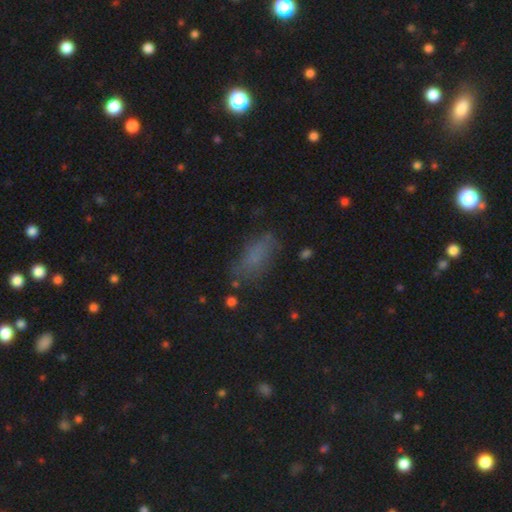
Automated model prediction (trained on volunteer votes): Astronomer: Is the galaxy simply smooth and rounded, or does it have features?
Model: smooth — 68%.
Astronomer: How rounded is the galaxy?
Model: in between — 78%.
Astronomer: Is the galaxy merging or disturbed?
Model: none — 65%.